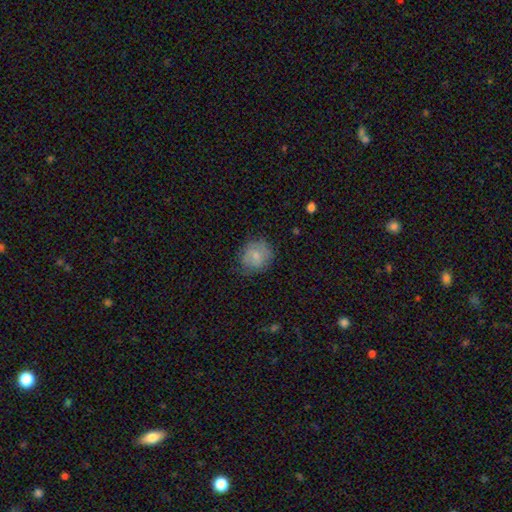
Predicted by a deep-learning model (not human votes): The model was most divided on "merging": none: 70%, minor disturbance: 21%, major disturbance: 7%, merger: 1%. More confident: how rounded — round (80%); smooth or featured — smooth (73%).